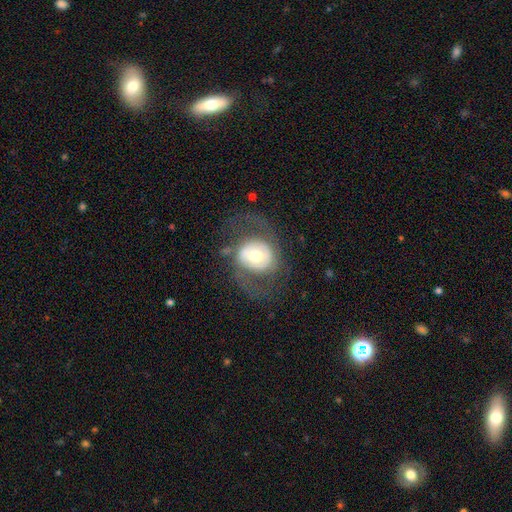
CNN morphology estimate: Smooth or featured? Predicted: featured or disk (p=0.60). Edge-on disk? Predicted: no (p=0.95). Bar? Predicted: no (p=0.68). Spiral arms? Predicted: yes (p=0.50, tied with no). Bulge size? Predicted: moderate (p=0.65). Merging? Predicted: none (p=0.56).